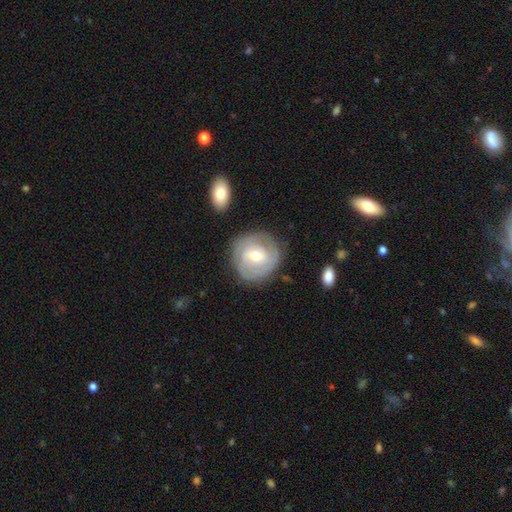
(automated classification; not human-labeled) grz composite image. It shows a featured or disk galaxy (63%) with no bar (49%), spiral arms (75%) and a moderate central bulge (62%). Merging: none (78%).